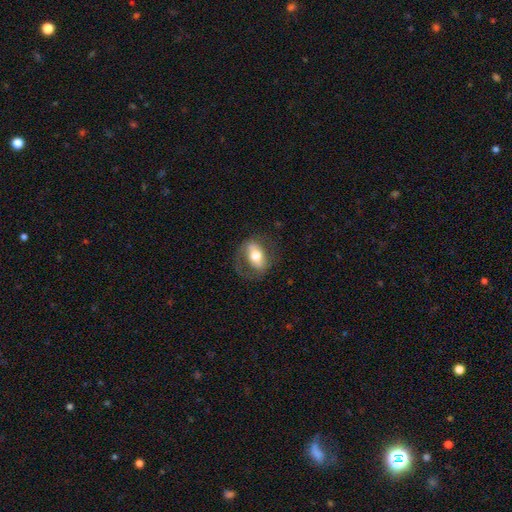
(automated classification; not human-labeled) A featured or disk galaxy (51%).

Vote fractions:
- Smooth or featured? featured or disk: 51% / smooth: 42% / star or artifact: 7%
- Edge-on disk? no: 89% / yes: 11%
- Merging? none: 65% / minor disturbance: 19% / major disturbance: 15% / merger: 1%